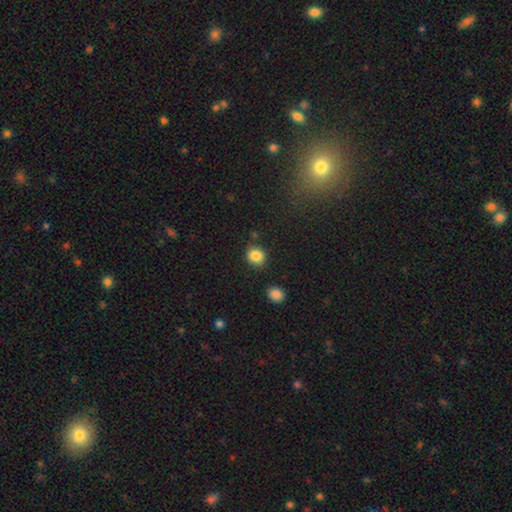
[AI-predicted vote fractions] Smooth or featured: smooth — 86% (star or artifact — 10%)
How rounded: round — 76% (in between — 23%)
Merging: none — 80% (minor disturbance — 12%)